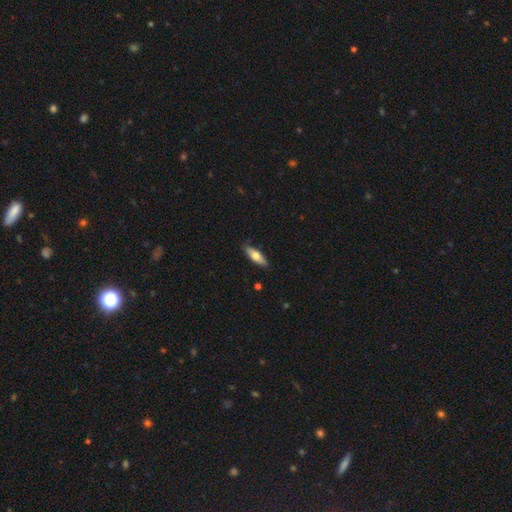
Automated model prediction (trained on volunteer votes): smooth-or-featured: smooth: 63% | featured or disk: 32% | star or artifact: 6%
  how-rounded: in between: 52% | cigar-shaped: 46% | round: 2%
  merging: none: 86% | minor disturbance: 11% | major disturbance: 2% | merger: 1%